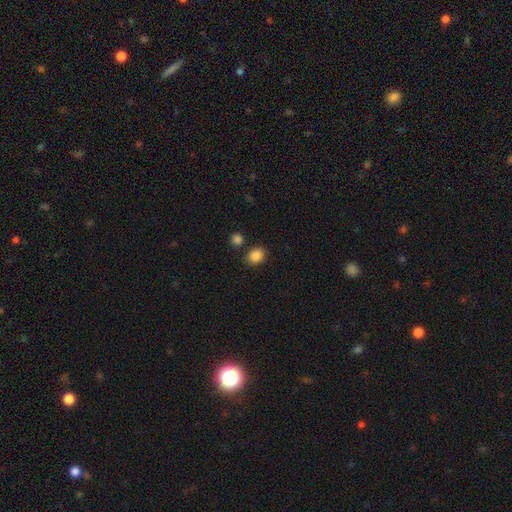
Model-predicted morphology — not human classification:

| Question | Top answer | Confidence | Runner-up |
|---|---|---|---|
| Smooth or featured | smooth | 87% | star or artifact (10%) |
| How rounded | round | 51% | in between (48%) |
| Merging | none | 81% | minor disturbance (9%) |